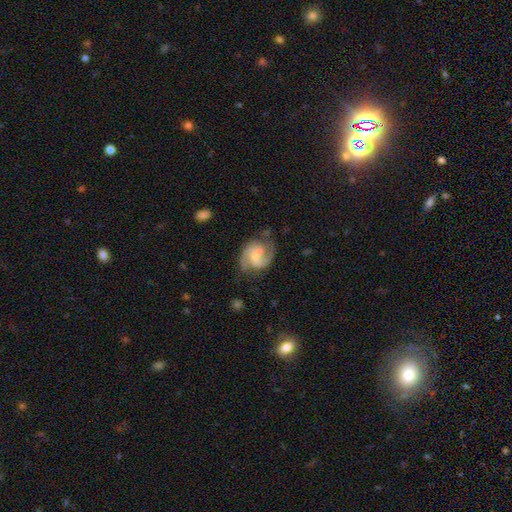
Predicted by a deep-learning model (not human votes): Smooth or featured?
  - featured or disk: 77% *
  - smooth: 17%
  - star or artifact: 6%
Edge-on disk?
  - no: 98% *
  - yes: 2%
Bar?
  - no: 46% *
  - weak: 43%
  - strong: 12%
Spiral arms?
  - yes: 92% *
  - no: 8%
Spiral winding?
  - medium: 51% *
  - loose: 27%
  - tight: 21%
Spiral arm count?
  - 2: 83% *
  - can't tell: 7%
  - 1: 5%
  - 3: 3%
  - 4: 1%
  - more than 4: 1%
Bulge size?
  - small: 56% *
  - moderate: 30%
  - none: 10%
  - large: 3%
  - dominant: 1%
Merging?
  - none: 57% *
  - minor disturbance: 21%
  - major disturbance: 13%
  - merger: 9%